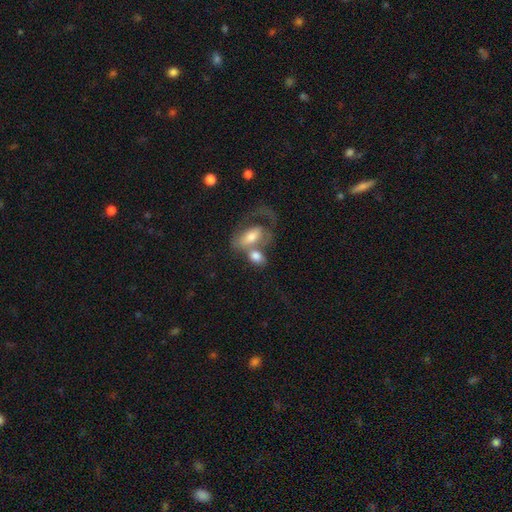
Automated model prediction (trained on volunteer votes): smooth_or_featured: smooth (p=0.61) [alt: featured or disk p=0.31]
how_rounded: in between (p=0.84) [alt: round p=0.12]
merging: merger (p=0.61) [alt: none p=0.18]